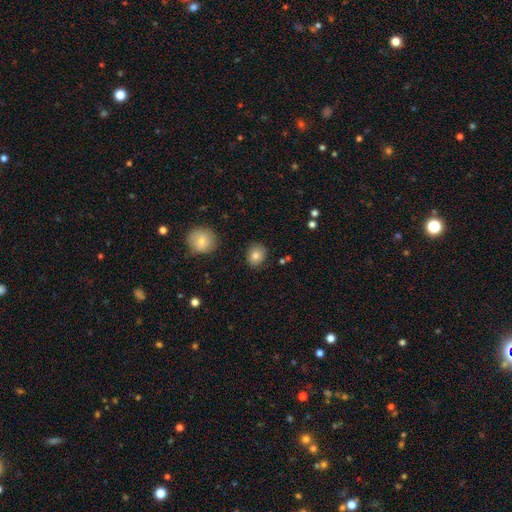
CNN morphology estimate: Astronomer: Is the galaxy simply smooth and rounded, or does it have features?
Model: smooth — 80%.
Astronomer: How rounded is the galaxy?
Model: round — 75%.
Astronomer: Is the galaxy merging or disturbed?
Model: none — 85%.